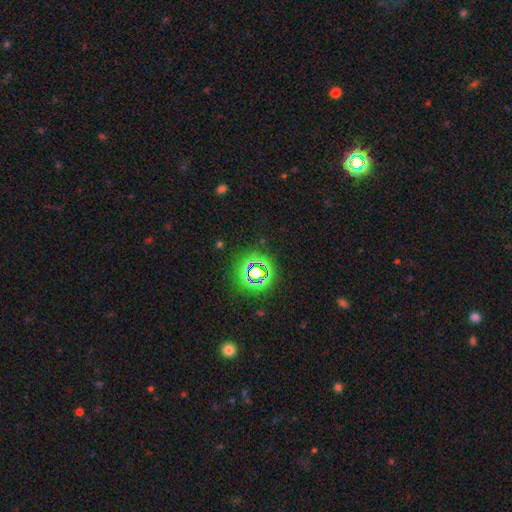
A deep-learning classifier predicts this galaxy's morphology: smooth_or_featured: star or artifact (p=0.58) [alt: smooth p=0.34]